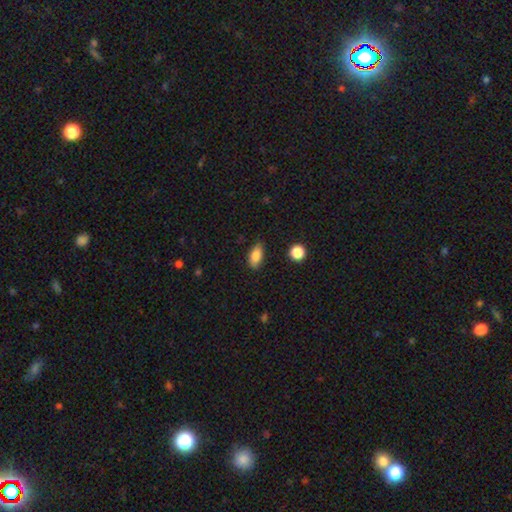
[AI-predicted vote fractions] Overall: smooth (85%). How rounded: in between (87%). Merging: none (81%).